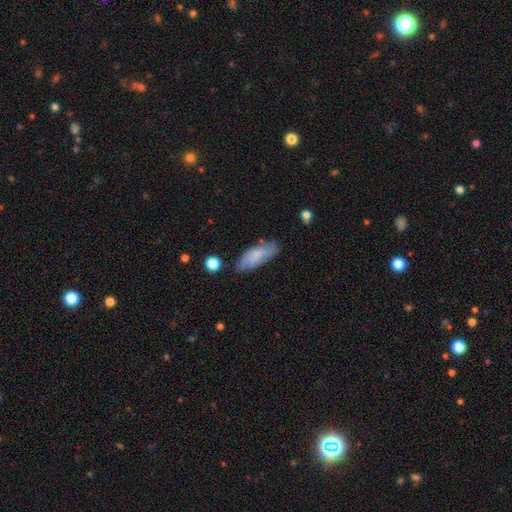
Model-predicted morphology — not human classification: A smooth galaxy with no disk features (66%) that is in between round and cigar-shaped (74%).

Vote fractions:
- Smooth or featured? smooth: 66% / featured or disk: 27% / star or artifact: 7%
- How rounded? in between: 74% / cigar-shaped: 24% / round: 2%
- Merging? none: 66% / minor disturbance: 24% / major disturbance: 6% / merger: 3%